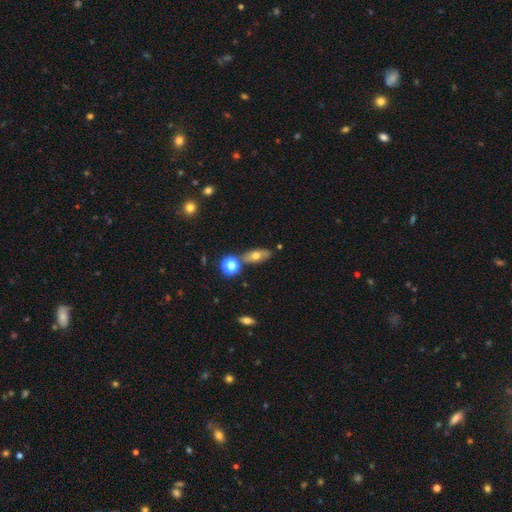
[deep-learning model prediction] A smooth galaxy with no disk features (56%) that is in between round and cigar-shaped (76%).

Vote fractions:
- Smooth or featured? smooth: 56% / featured or disk: 33% / star or artifact: 11%
- How rounded? in between: 76% / cigar-shaped: 14% / round: 10%
- Merging? none: 74% / minor disturbance: 13% / merger: 9% / major disturbance: 4%